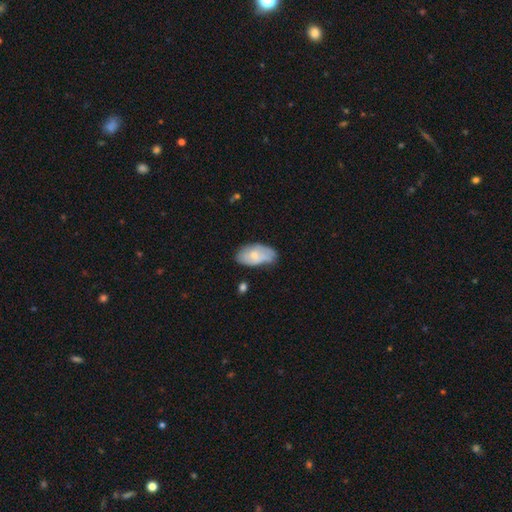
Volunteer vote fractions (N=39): A smooth galaxy with no disk features (62%) that is in between round and cigar-shaped (100%).

Vote fractions:
- Smooth or featured? smooth: 62% / featured or disk: 36% / star or artifact: 3%
- How rounded? in between: 100% / round: 0% / cigar-shaped: 0%
- Merging? none: 55% / minor disturbance: 39% / major disturbance: 5% / merger: 0%